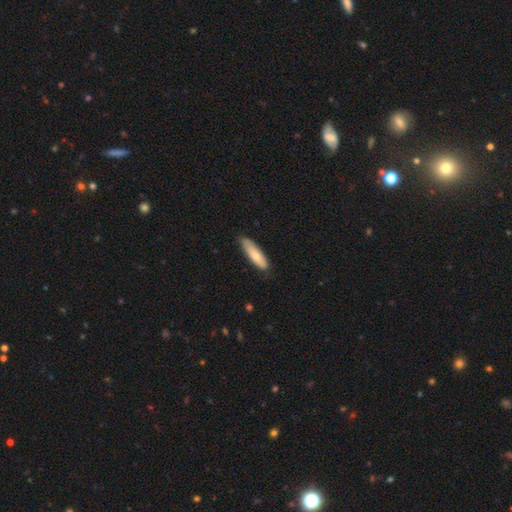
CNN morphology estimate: Overall: smooth (76%). How rounded: cigar-shaped (60%; in between 38%). Merging: none (73%).